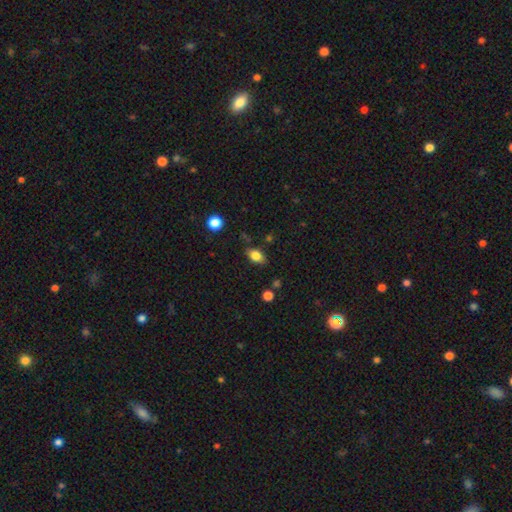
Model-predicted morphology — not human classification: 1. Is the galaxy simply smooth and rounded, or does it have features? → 81% smooth, 10% star or artifact, 9% featured or disk.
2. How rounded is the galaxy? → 82% in between, 15% round, 3% cigar-shaped.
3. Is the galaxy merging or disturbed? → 80% none, 15% minor disturbance, 3% major disturbance, 3% merger.